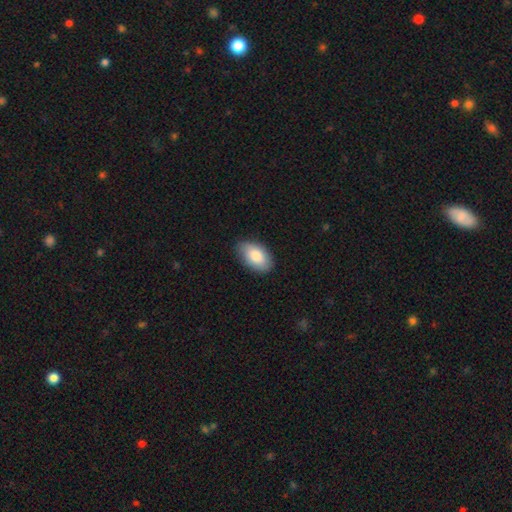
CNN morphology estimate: Smooth or featured? Predicted: smooth (p=0.84). How rounded? Predicted: in between (p=0.94). Merging? Predicted: none (p=0.84).